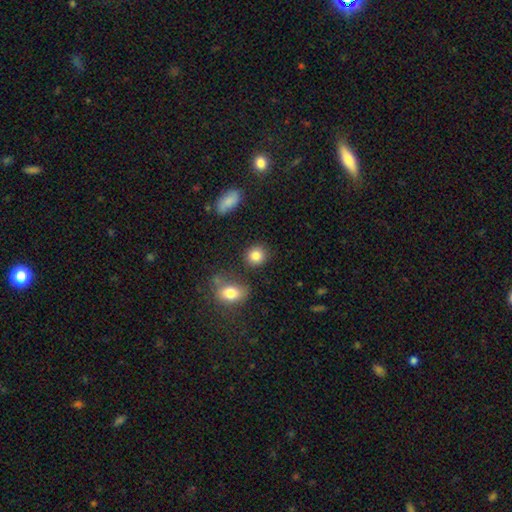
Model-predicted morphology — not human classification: Smooth or featured?
  - smooth: 85% *
  - star or artifact: 9%
  - featured or disk: 5%
How rounded?
  - round: 81% *
  - in between: 18%
  - cigar-shaped: 1%
Merging?
  - none: 82% *
  - minor disturbance: 10%
  - merger: 5%
  - major disturbance: 3%